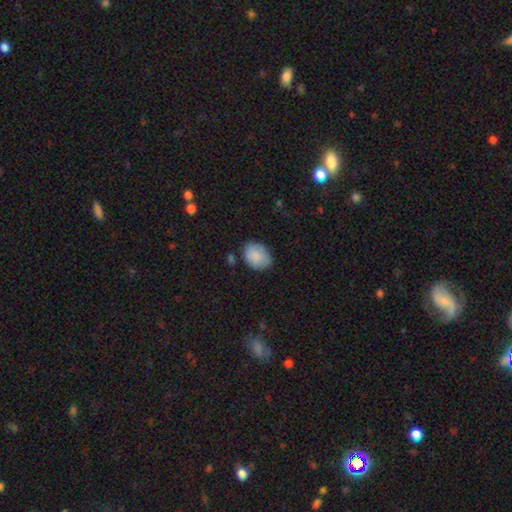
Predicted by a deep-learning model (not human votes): Q: Smooth or featured?
A: smooth (84%); runner-up: featured or disk (9%)
Q: How rounded?
A: in between (62%); runner-up: round (37%)
Q: Merging?
A: none (71%); runner-up: minor disturbance (21%)